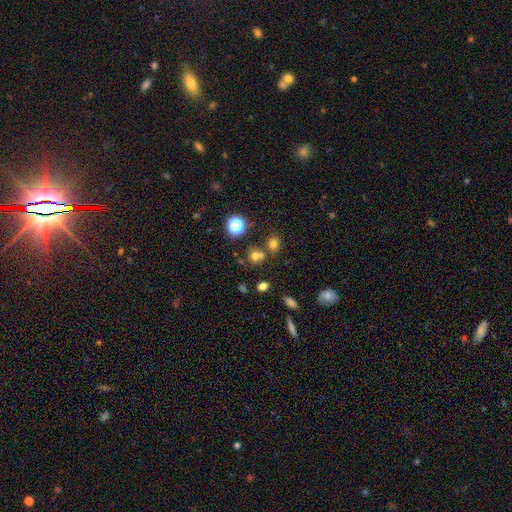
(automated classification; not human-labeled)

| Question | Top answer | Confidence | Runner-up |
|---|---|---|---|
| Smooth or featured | smooth | 64% | star or artifact (25%) |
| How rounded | round | 79% | in between (20%) |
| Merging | none | 54% | merger (33%) |